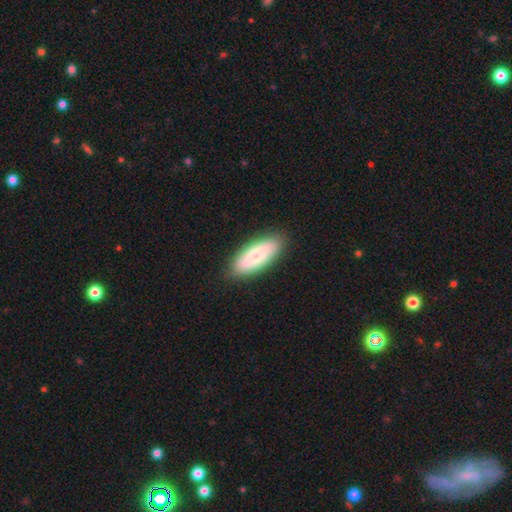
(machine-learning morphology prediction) This is likely a smooth galaxy (77%). How rounded: likely in between (71%). Merging: clearly none (89%).